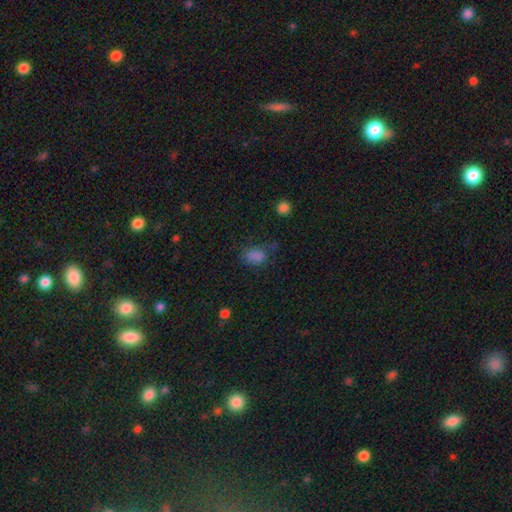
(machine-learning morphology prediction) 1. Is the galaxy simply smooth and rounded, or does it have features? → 78% smooth, 16% star or artifact, 6% featured or disk.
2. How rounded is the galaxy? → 80% in between, 18% round, 2% cigar-shaped.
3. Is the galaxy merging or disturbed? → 60% none, 24% minor disturbance, 12% major disturbance, 3% merger.